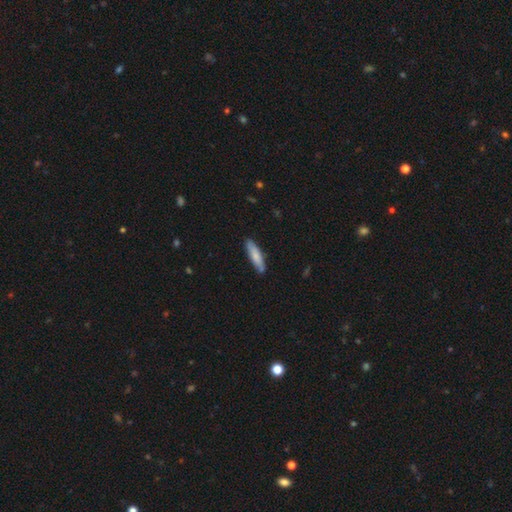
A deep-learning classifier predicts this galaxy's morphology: Smooth or featured? Predicted: smooth (p=0.76). How rounded? Predicted: cigar-shaped (p=0.72). Merging? Predicted: none (p=0.82).